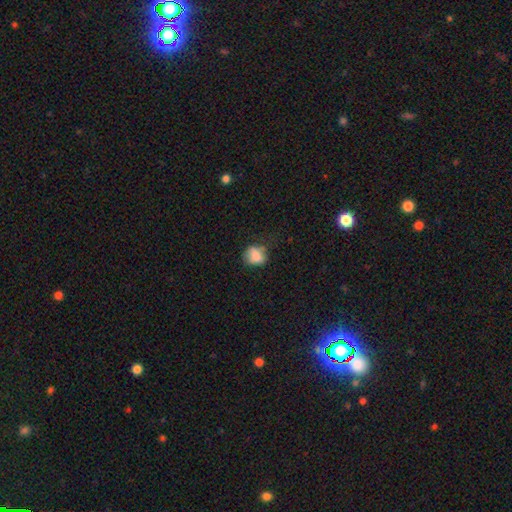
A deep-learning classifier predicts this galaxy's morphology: Smooth or featured? Predicted: smooth (p=0.77). How rounded? Predicted: round (p=0.58). Merging? Predicted: none (p=0.51).